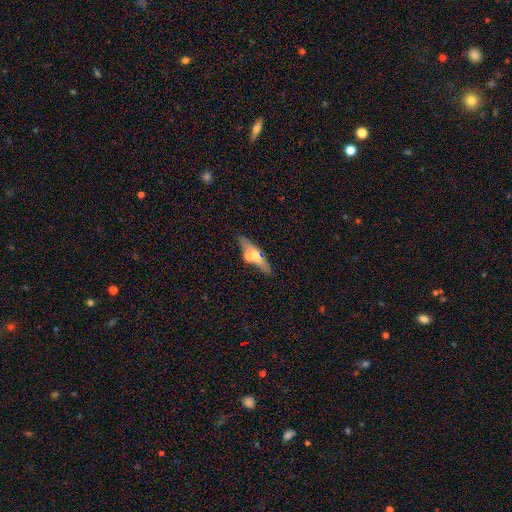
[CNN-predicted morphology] This is possibly a smooth galaxy (47%). Merging: likely none (70%).